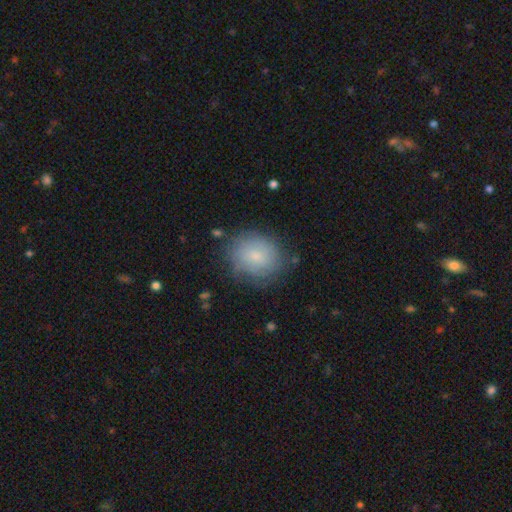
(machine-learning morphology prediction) This is likely a smooth galaxy (75%). How rounded: likely round (69%). Merging: likely none (75%).